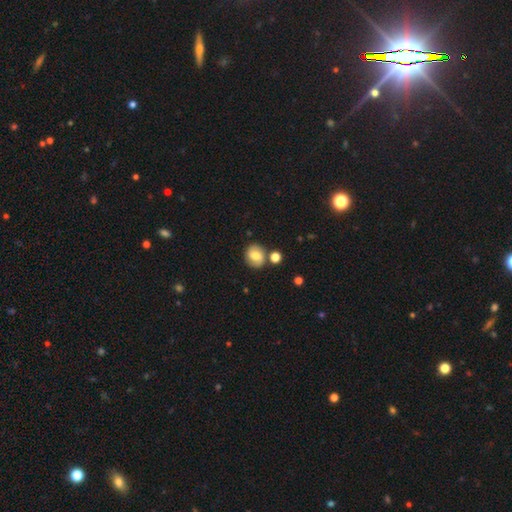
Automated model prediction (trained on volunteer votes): smooth_or_featured: smooth (p=0.57) [alt: featured or disk p=0.34]
how_rounded: round (p=0.74) [alt: in between p=0.25]
merging: none (p=0.75) [alt: minor disturbance p=0.12]